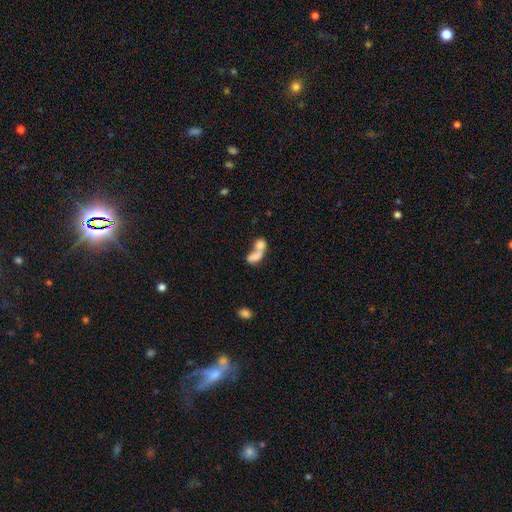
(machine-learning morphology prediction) This appears to be a smooth galaxy with no disk features (69%) that is in between round and cigar-shaped (73%). Merging: merger (75%).